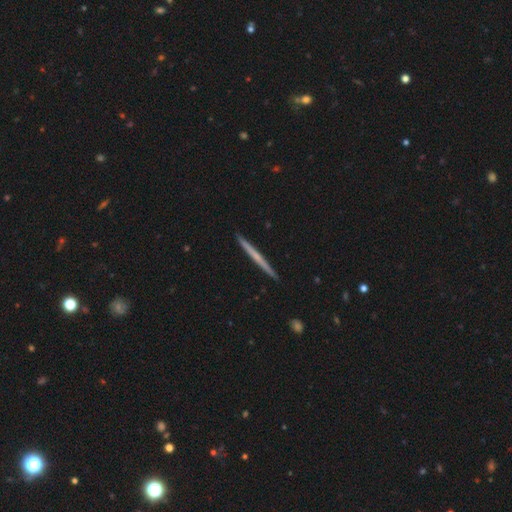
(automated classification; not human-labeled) Smooth or featured? featured or disk (55%)
Edge-on disk? yes (98%)
Edge-on bulge? none (82%)
Merging? none (93%)